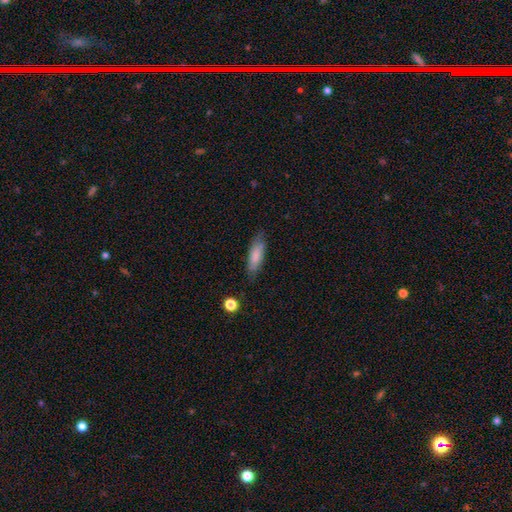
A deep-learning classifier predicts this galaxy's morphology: smooth 78%, featured or disk 16%, star or artifact 7%. Down the decision tree: how rounded — in between (55%); merging — none (75%).